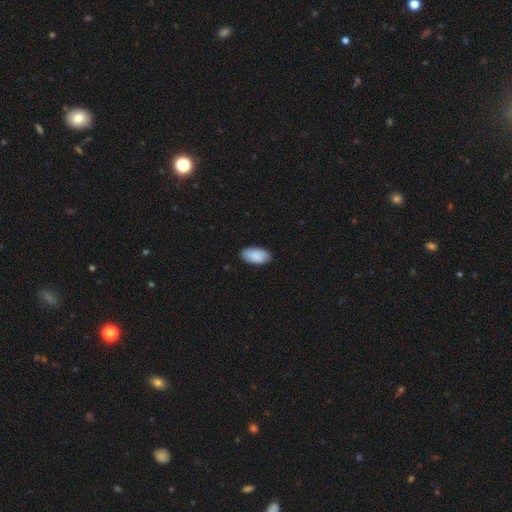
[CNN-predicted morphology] The model was most divided on "merging": none: 87%, minor disturbance: 10%, major disturbance: 2%, merger: 1%. More confident: how rounded — in between (95%); smooth or featured — smooth (90%).